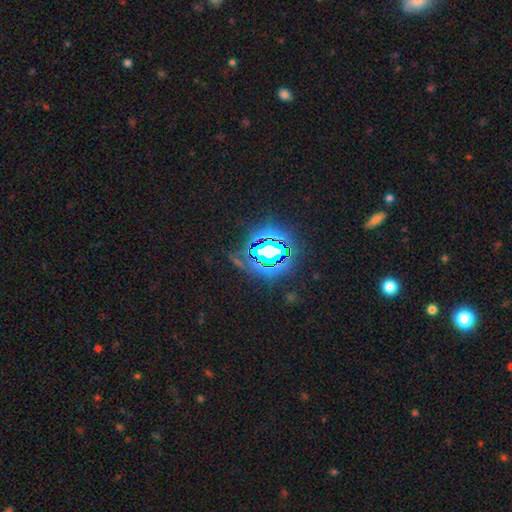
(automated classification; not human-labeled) Smooth or featured?
  - star or artifact: 82% *
  - smooth: 11%
  - featured or disk: 7%